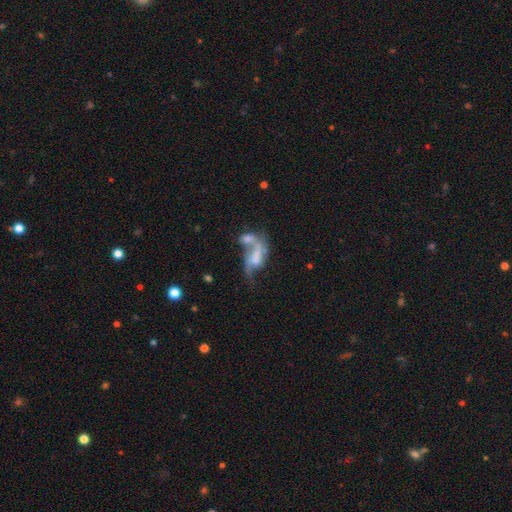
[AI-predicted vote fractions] Morphology: type=featured or disk (58%); edge-on=no (94%); bar=no (66%); spiral arms=no (50%, tied with yes); bulge=none (45%); merging=merger (51%).